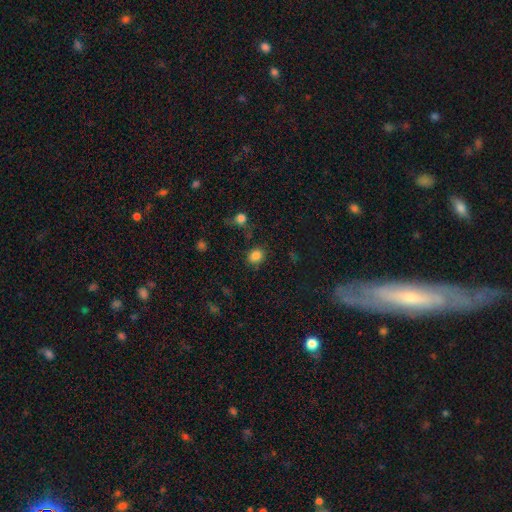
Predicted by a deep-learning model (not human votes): Smooth or featured: smooth — 83% (star or artifact — 12%)
How rounded: round — 65% (in between — 34%)
Merging: none — 81% (minor disturbance — 11%)